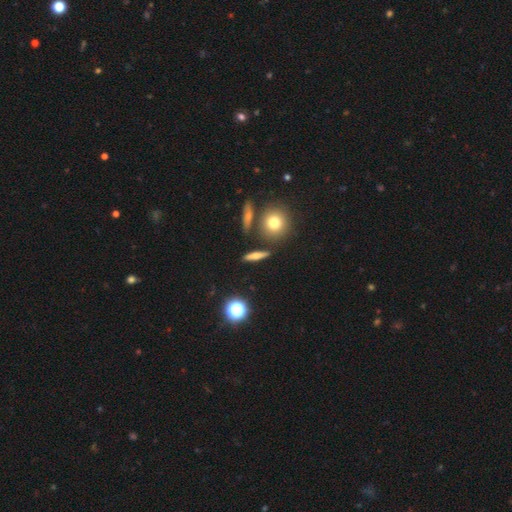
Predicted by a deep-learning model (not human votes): A smooth galaxy with no disk features (59%) that is cigar-shaped (65%).

Vote fractions:
- Smooth or featured? smooth: 59% / featured or disk: 29% / star or artifact: 13%
- How rounded? cigar-shaped: 65% / in between: 19% / round: 16%
- Merging? none: 85% / minor disturbance: 8% / merger: 4% / major disturbance: 3%